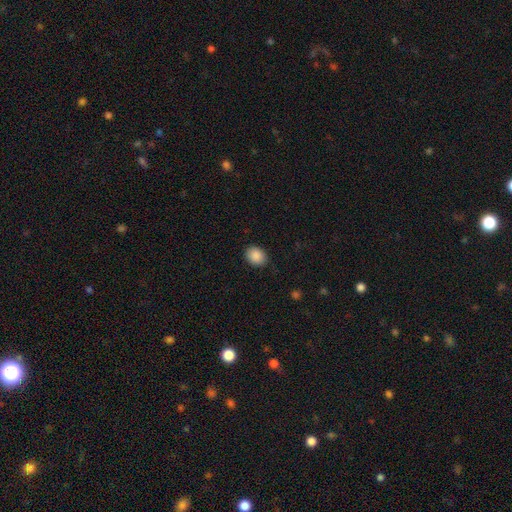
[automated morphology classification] A smooth galaxy with no disk features (89%) that is in between round and cigar-shaped (56%). Merging: none (86%).